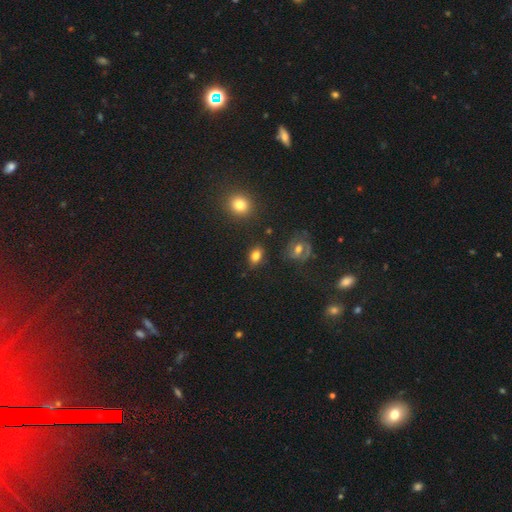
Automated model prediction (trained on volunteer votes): A smooth galaxy with no disk features (80%) that is in between round and cigar-shaped (78%). Merging: none (81%).